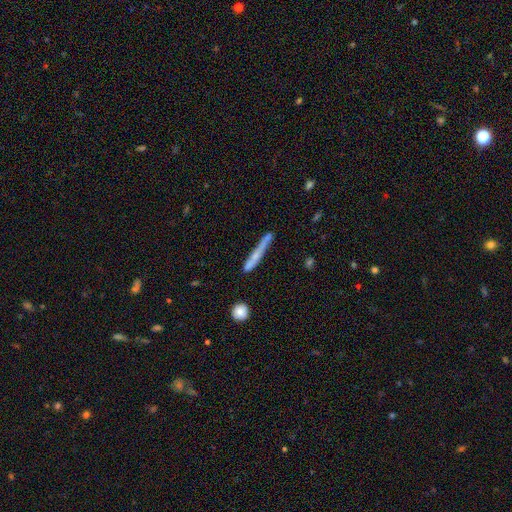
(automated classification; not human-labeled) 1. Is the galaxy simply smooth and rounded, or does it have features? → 46% featured or disk (tied), 46% smooth (tied), 8% star or artifact.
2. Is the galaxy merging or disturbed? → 74% none, 17% minor disturbance, 5% merger, 4% major disturbance.